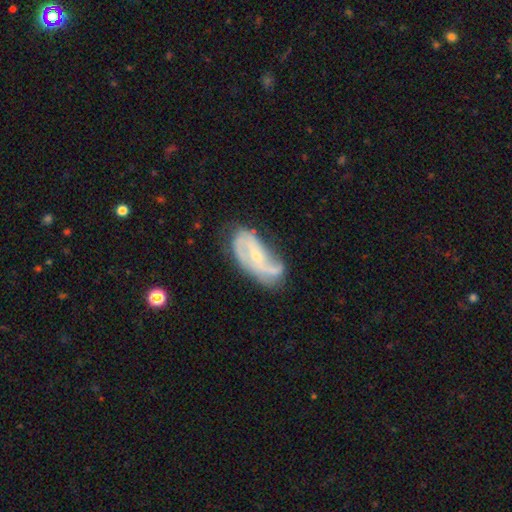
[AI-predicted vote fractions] Smooth or featured: featured or disk — 75% (smooth — 18%)
Edge-on disk: no — 93% (yes — 7%)
Bar: no — 55% (weak — 31%)
Spiral arms: yes — 81% (no — 19%)
Spiral winding: medium — 39% (loose — 34%)
Spiral arm count: 2 — 57% (can't tell — 22%)
Bulge size: small — 67% (moderate — 29%)
Merging: none — 42% (minor disturbance — 31%)